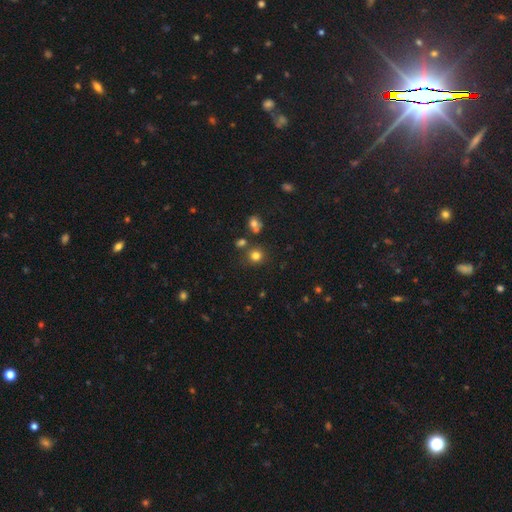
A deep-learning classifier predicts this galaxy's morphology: Q: Smooth or featured?
A: smooth (78%); runner-up: star or artifact (16%)
Q: How rounded?
A: round (87%); runner-up: in between (12%)
Q: Merging?
A: none (77%); runner-up: minor disturbance (10%)